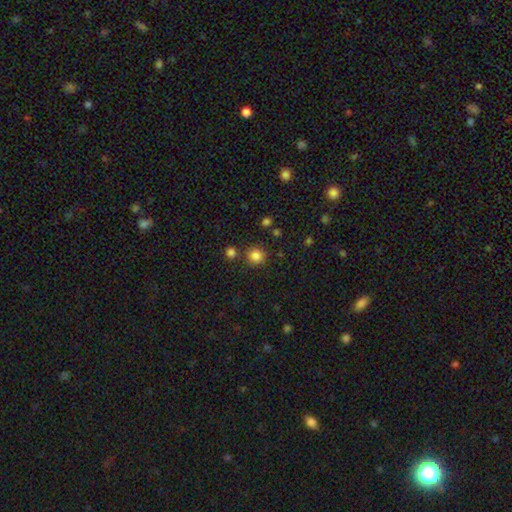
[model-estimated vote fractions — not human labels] Smooth or featured? smooth (83%)
How rounded? round (90%)
Merging? none (79%)